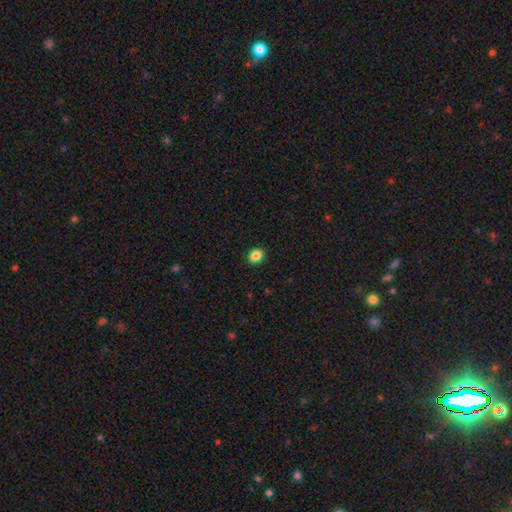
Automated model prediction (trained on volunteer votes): Overall: smooth (86%). How rounded: round (55%; in between 44%). Merging: none (91%).